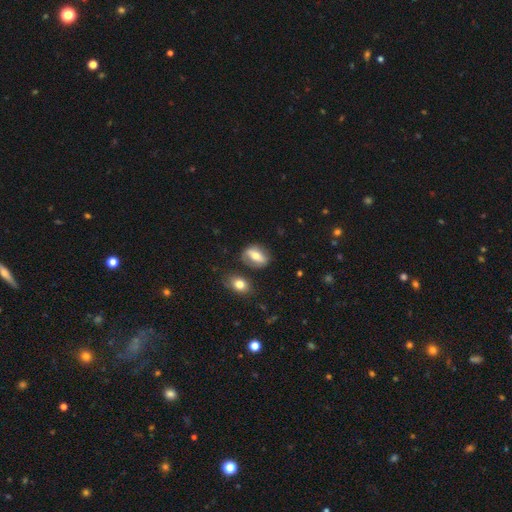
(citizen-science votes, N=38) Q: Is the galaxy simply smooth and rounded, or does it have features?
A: smooth — 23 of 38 (61%).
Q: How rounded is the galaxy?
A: in between — 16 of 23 (70%).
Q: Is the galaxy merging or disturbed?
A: none — 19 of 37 (51%).